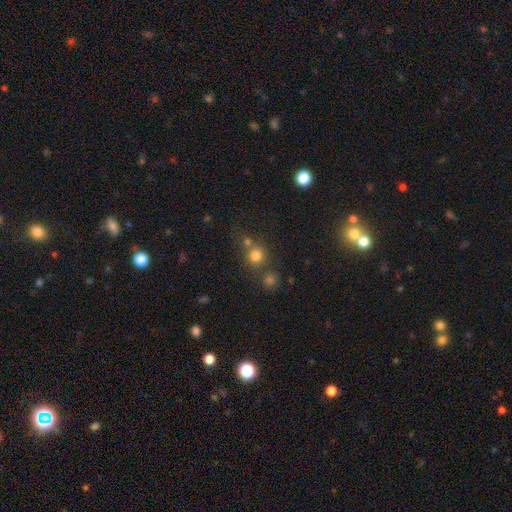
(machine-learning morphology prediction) Q: Smooth or featured?
A: smooth (76%); runner-up: star or artifact (16%)
Q: How rounded?
A: round (89%); runner-up: in between (10%)
Q: Merging?
A: none (61%); runner-up: merger (27%)